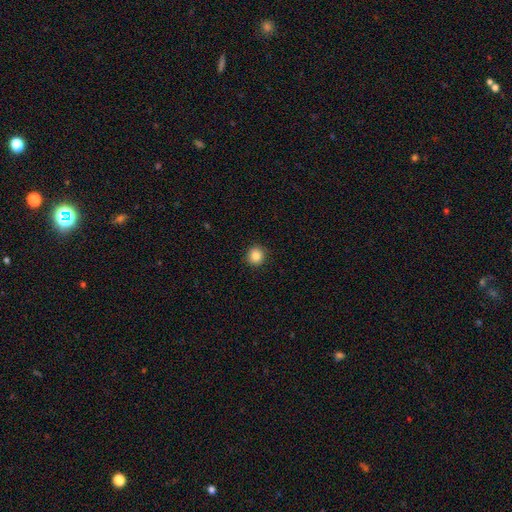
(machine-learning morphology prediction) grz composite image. It shows a smooth galaxy with no disk features (86%) that is round (93%). Merging: none (92%).